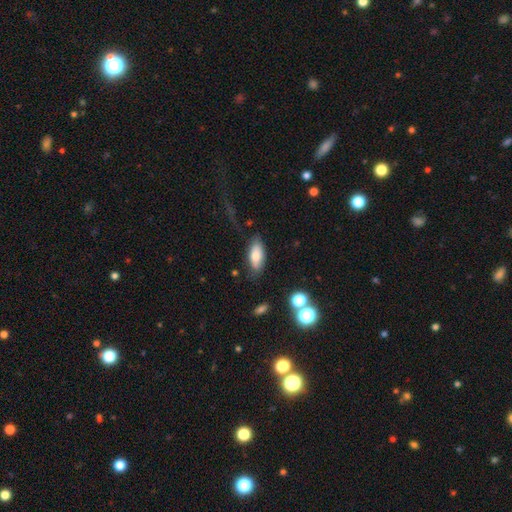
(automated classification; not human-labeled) The model was most divided on "merging": none: 71%, minor disturbance: 19%, major disturbance: 7%, merger: 3%. More confident: how rounded — in between (85%); smooth or featured — smooth (76%).